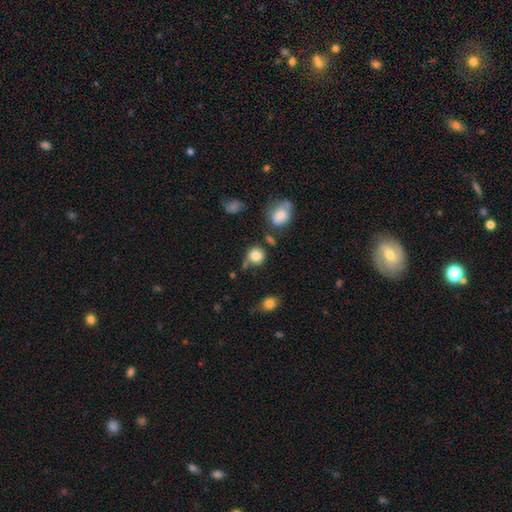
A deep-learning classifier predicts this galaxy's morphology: smooth_or_featured: smooth (p=0.83) [alt: star or artifact p=0.11]
how_rounded: round (p=0.86) [alt: in between p=0.13]
merging: none (p=0.70) [alt: minor disturbance p=0.16]